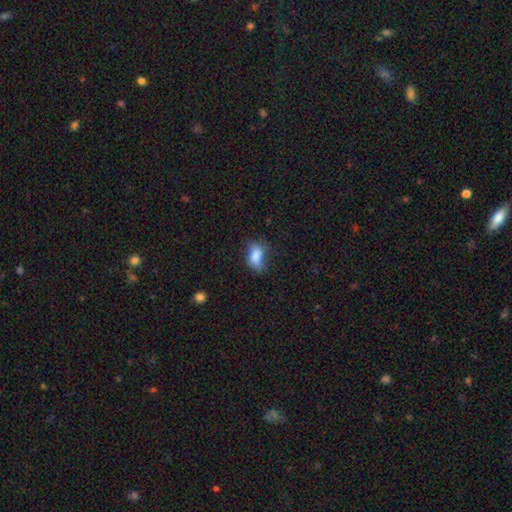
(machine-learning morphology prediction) Smooth or featured? smooth (76%)
How rounded? in between (85%)
Merging? none (36%)